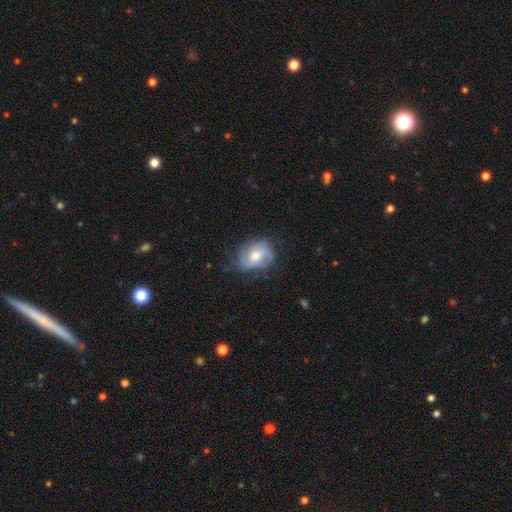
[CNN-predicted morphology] Smooth or featured? featured or disk (63%)
Edge-on disk? no (97%)
Bar? no (59%)
Spiral arms? yes (88%)
Spiral winding? medium (43%)
Spiral arm count? 2 (46%)
Bulge size? moderate (62%)
Merging? none (63%)